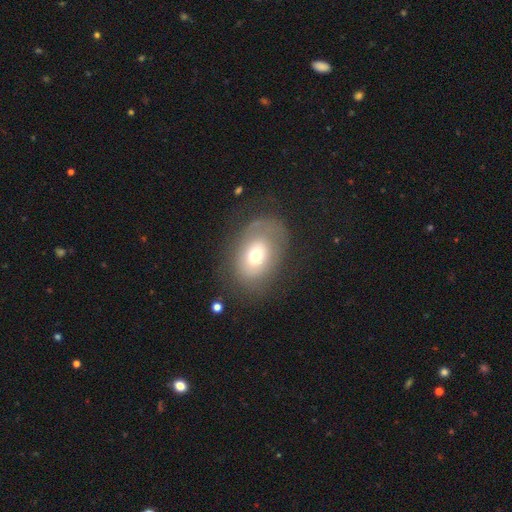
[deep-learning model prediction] Overall: smooth (57%; featured or disk 32%). How rounded: in between (70%). Merging: none (60%; minor disturbance 21%).